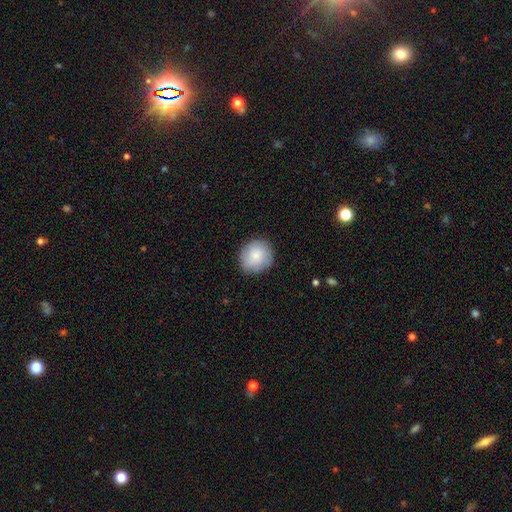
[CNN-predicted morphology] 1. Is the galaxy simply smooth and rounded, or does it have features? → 82% smooth, 11% featured or disk, 7% star or artifact.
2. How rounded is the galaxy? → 89% round, 11% in between, 1% cigar-shaped.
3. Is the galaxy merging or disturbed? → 84% none, 12% minor disturbance, 3% major disturbance, 1% merger.